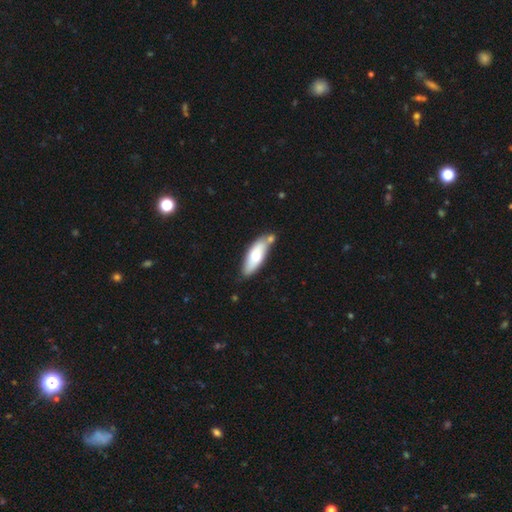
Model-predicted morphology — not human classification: Smooth or featured?
  - smooth: 65% *
  - featured or disk: 29%
  - star or artifact: 5%
How rounded?
  - in between: 63% *
  - cigar-shaped: 35%
  - round: 2%
Merging?
  - none: 59% *
  - merger: 20%
  - minor disturbance: 17%
  - major disturbance: 4%